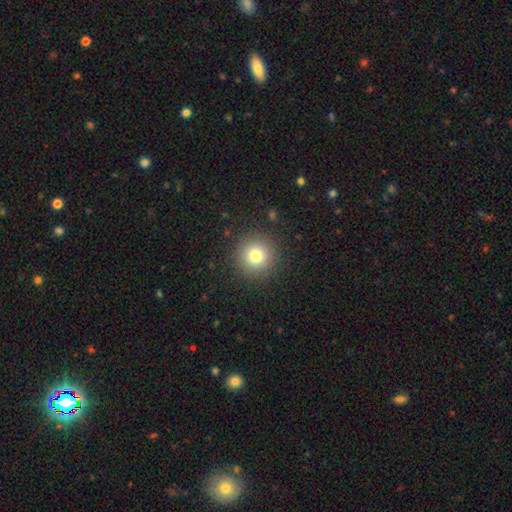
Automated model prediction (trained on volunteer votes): Smooth or featured? Predicted: smooth (p=0.77). How rounded? Predicted: round (p=0.96). Merging? Predicted: none (p=0.91).